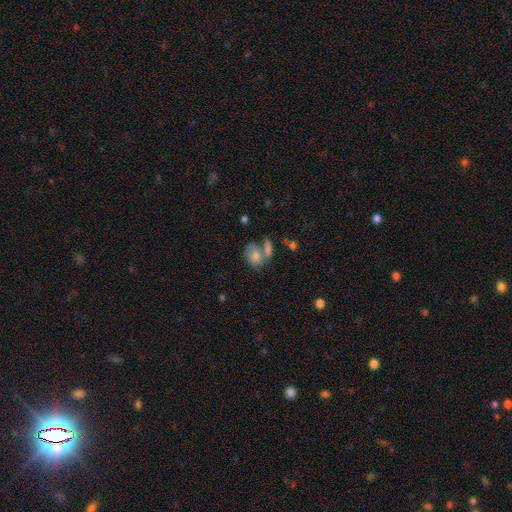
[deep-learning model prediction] This is likely a smooth galaxy (69%). How rounded: possibly in between (58%). Merging: marginally merger (39%).